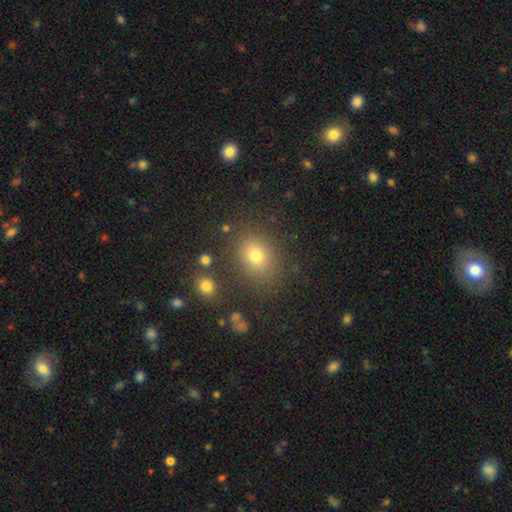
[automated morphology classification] smooth 73%, star or artifact 17%, featured or disk 10%. Down the decision tree: how rounded — in between (50%); merging — none (82%).